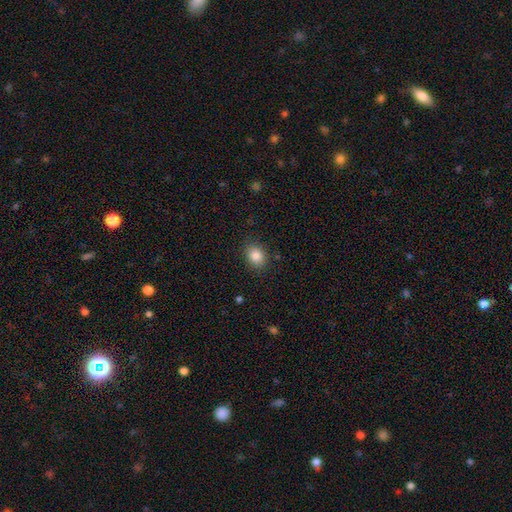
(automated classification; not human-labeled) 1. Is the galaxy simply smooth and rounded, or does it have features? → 86% smooth, 9% star or artifact, 5% featured or disk.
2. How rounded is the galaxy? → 50% in between (tied), 50% round (tied), 1% cigar-shaped.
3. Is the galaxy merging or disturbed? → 86% none, 10% minor disturbance, 3% major disturbance, 1% merger.